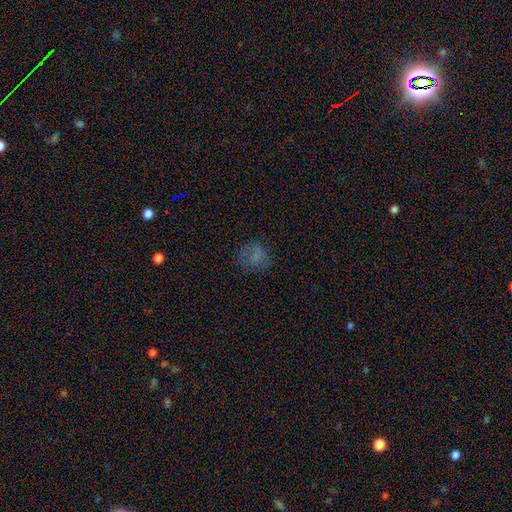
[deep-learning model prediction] smooth-or-featured: smooth: 66% | star or artifact: 20% | featured or disk: 14%
  how-rounded: round: 75% | in between: 23% | cigar-shaped: 1%
  merging: none: 70% | minor disturbance: 18% | major disturbance: 10% | merger: 2%